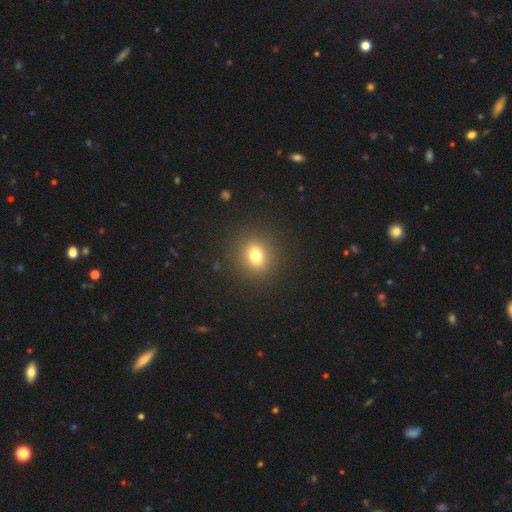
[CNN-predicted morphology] A smooth galaxy with no disk features (76%) that is round (74%). Merging: none (90%).